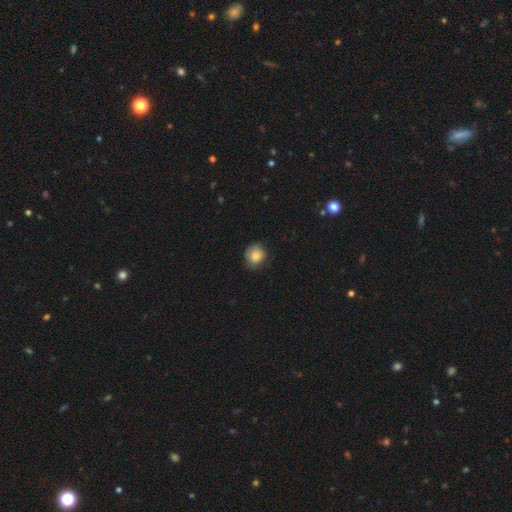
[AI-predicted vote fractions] Smooth or featured? Predicted: smooth (p=0.84). How rounded? Predicted: round (p=0.77). Merging? Predicted: none (p=0.68).